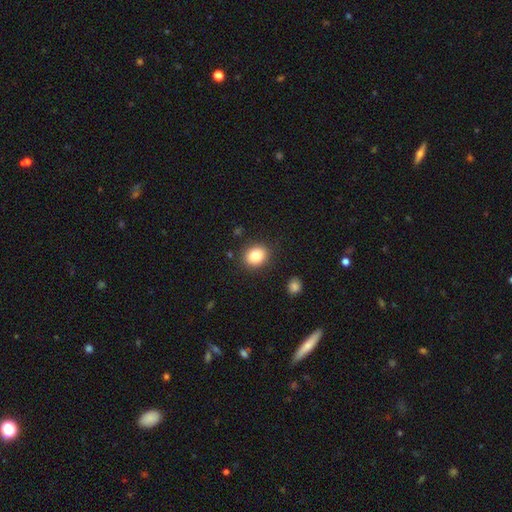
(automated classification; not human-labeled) Smooth or featured?
  - smooth: 82% *
  - star or artifact: 10%
  - featured or disk: 8%
How rounded?
  - round: 68% *
  - in between: 31%
  - cigar-shaped: 1%
Merging?
  - none: 88% *
  - minor disturbance: 8%
  - major disturbance: 2%
  - merger: 2%